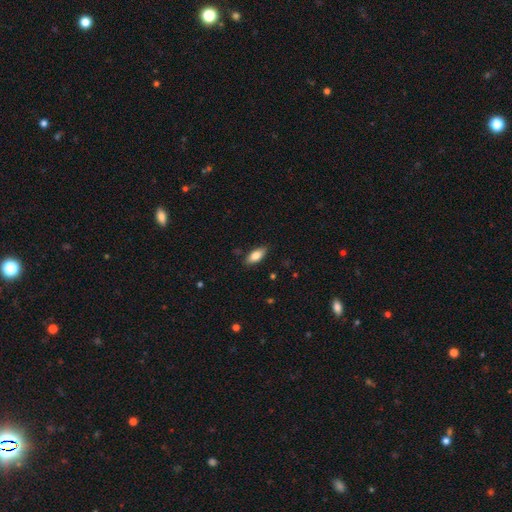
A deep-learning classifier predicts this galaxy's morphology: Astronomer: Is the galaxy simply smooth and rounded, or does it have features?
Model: smooth — 80%.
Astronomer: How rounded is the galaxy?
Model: in between — 84%.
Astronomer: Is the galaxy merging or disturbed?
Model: none — 86%.